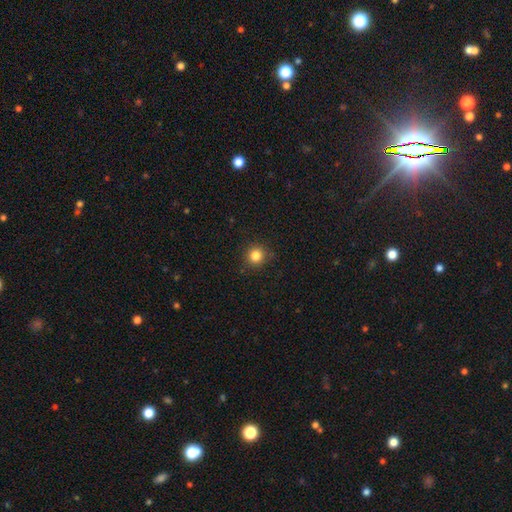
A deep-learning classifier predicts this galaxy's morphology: Smooth or featured? smooth (83%)
How rounded? round (93%)
Merging? none (89%)